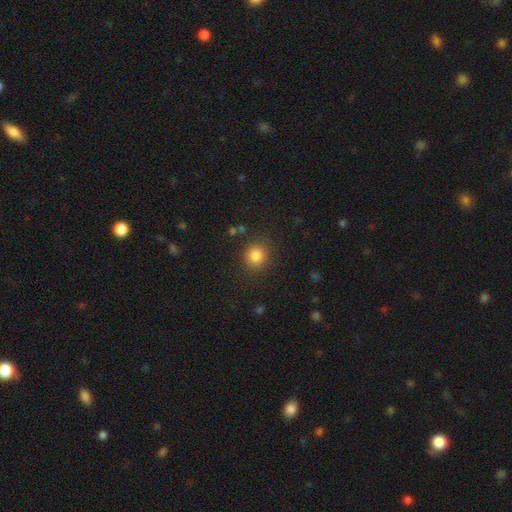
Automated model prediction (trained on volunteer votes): smooth-or-featured: smooth: 83% | star or artifact: 12% | featured or disk: 5%
  how-rounded: round: 84% | in between: 15% | cigar-shaped: 1%
  merging: none: 86% | minor disturbance: 9% | major disturbance: 4% | merger: 2%